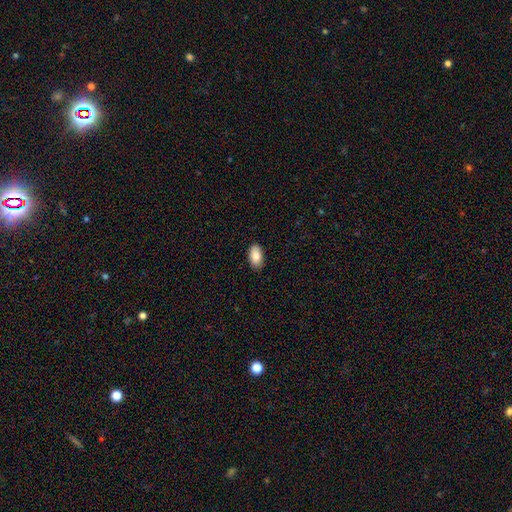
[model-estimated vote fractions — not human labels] This is clearly a smooth galaxy (87%). How rounded: clearly in between (94%). Merging: clearly none (88%).